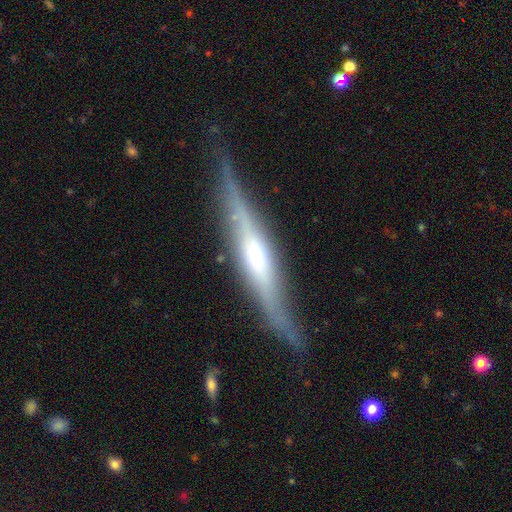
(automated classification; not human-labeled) A featured or disk galaxy (78%) viewed edge-on (90%) with a rounded central bulge (75%). Merging: none (77%).